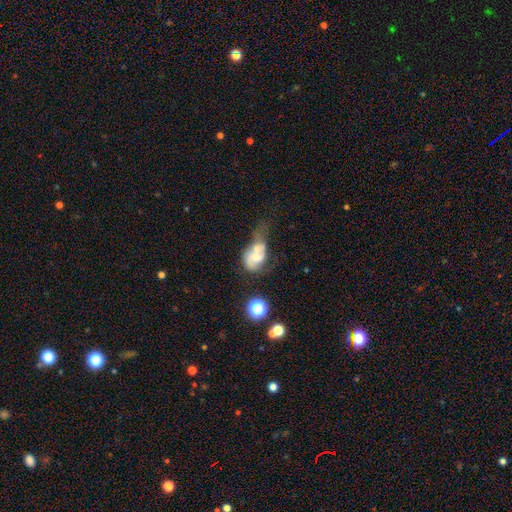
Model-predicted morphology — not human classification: Q: Smooth or featured?
A: featured or disk (48%); runner-up: smooth (41%)
Q: Merging?
A: merger (48%); runner-up: major disturbance (23%)